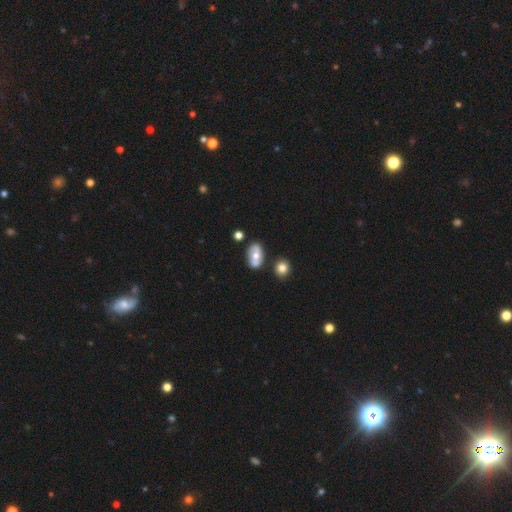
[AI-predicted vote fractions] Smooth or featured? Predicted: smooth (p=0.51). How rounded? Predicted: in between (p=0.82). Merging? Predicted: none (p=0.63).